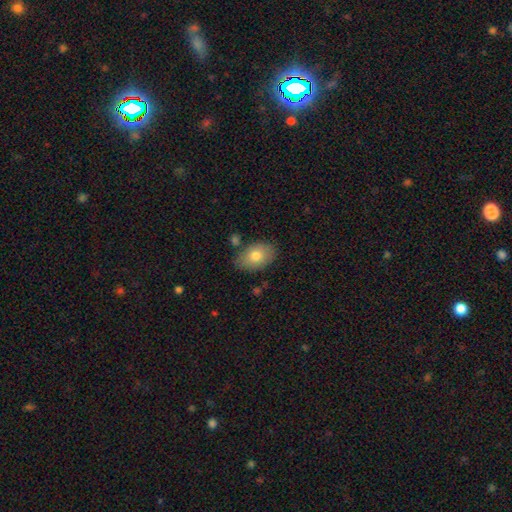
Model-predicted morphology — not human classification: A smooth galaxy with no disk features (77%) that is in between round and cigar-shaped (88%). Merging: none (79%).